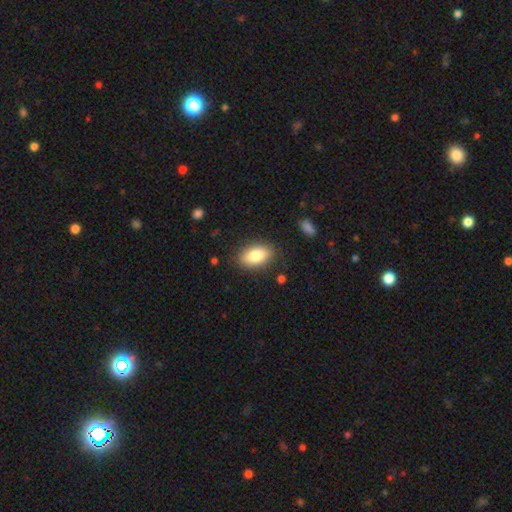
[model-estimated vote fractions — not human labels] smooth 83%, featured or disk 10%, star or artifact 7%. Down the decision tree: how rounded — in between (91%); merging — none (86%).